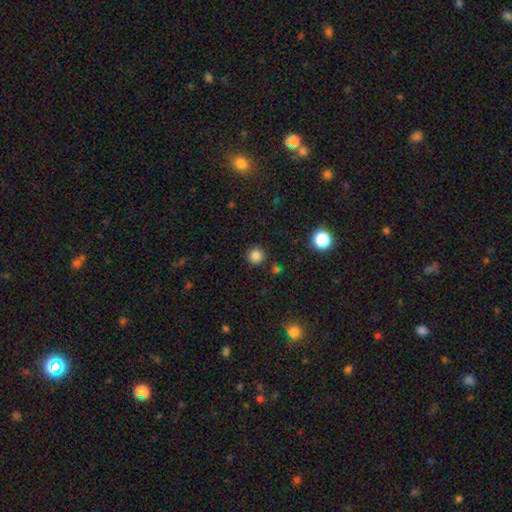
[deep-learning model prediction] This appears to be a smooth galaxy with no disk features (84%) that is round (95%). Merging: none (89%).